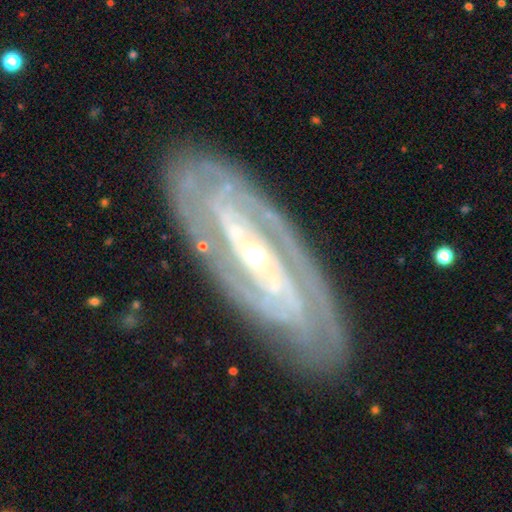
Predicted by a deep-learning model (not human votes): Overall: featured or disk (90%). Edge-on disk: no (91%). Bar: strong (40%; no 31%). Spiral arms: yes (96%). Spiral arm count: 2 (49%; can't tell 20%). Spiral winding: tight (70%). Bulge size: small (67%; moderate 30%). Merging: none (83%).